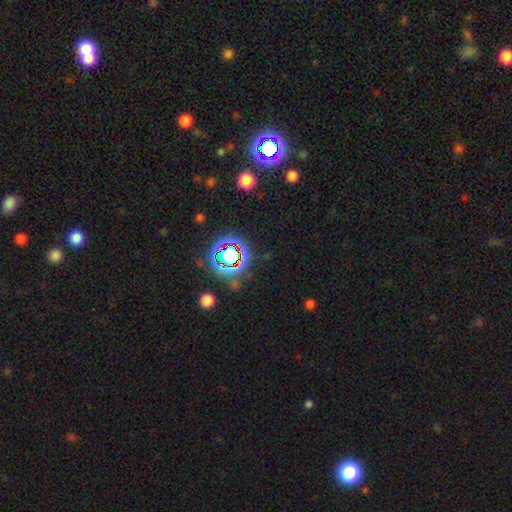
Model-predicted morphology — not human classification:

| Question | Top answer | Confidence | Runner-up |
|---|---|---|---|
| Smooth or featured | star or artifact | 78% | smooth (13%) |